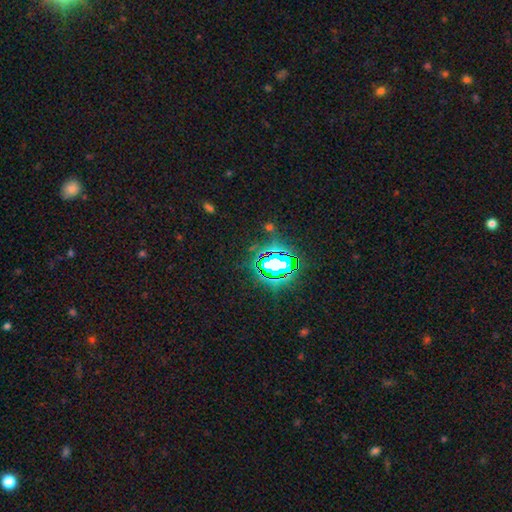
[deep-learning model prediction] A star or artifact, not a galaxy (82%).